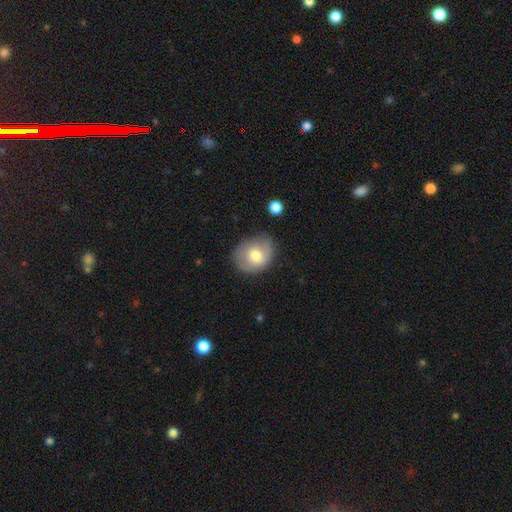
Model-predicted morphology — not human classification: Overall: smooth (65%; featured or disk 28%). How rounded: round (56%; in between 43%). Merging: none (62%; minor disturbance 27%).